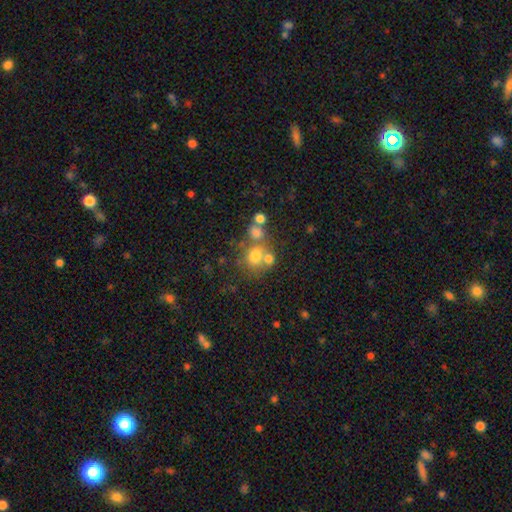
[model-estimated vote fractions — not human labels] Smooth or featured? smooth (67%)
How rounded? round (74%)
Merging? none (45%)